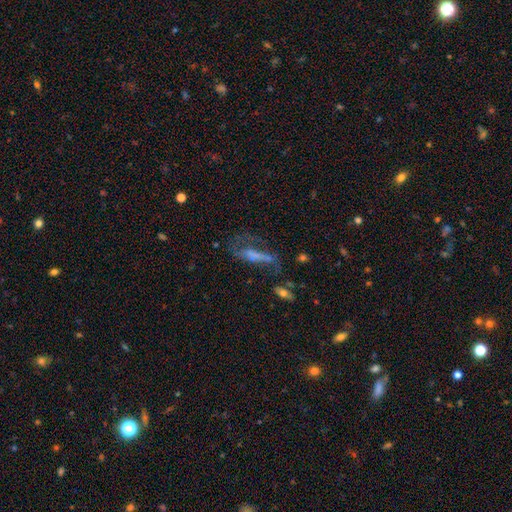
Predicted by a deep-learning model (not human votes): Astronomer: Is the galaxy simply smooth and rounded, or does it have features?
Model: featured or disk — 47% (runner-up: smooth, 34%).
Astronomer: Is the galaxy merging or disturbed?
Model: major disturbance — 44% (runner-up: none, 30%).